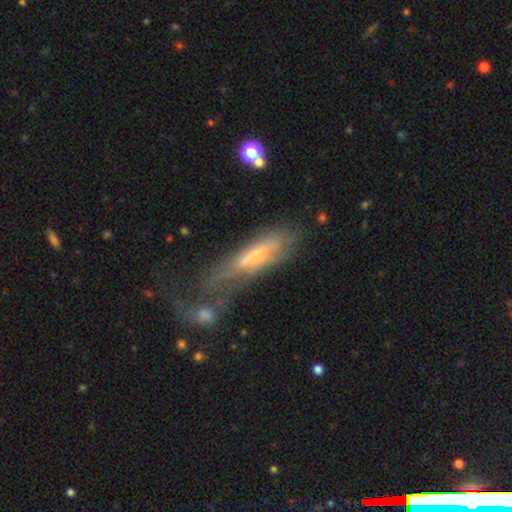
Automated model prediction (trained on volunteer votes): Overall: featured or disk (47%; smooth 44%). Merging: major disturbance (34%; none 24%).